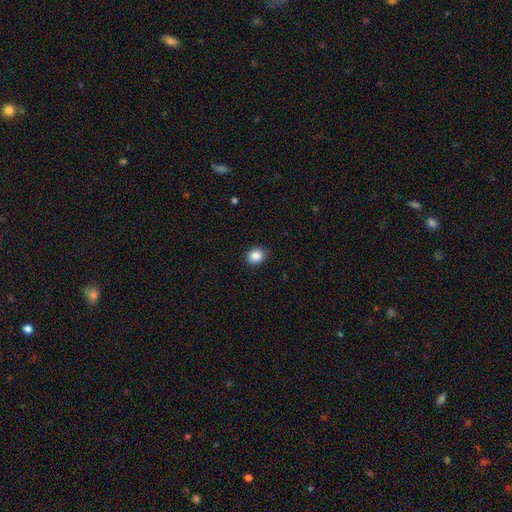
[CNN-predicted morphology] This is clearly a smooth galaxy (86%). How rounded: likely round (64%). Merging: clearly none (91%).